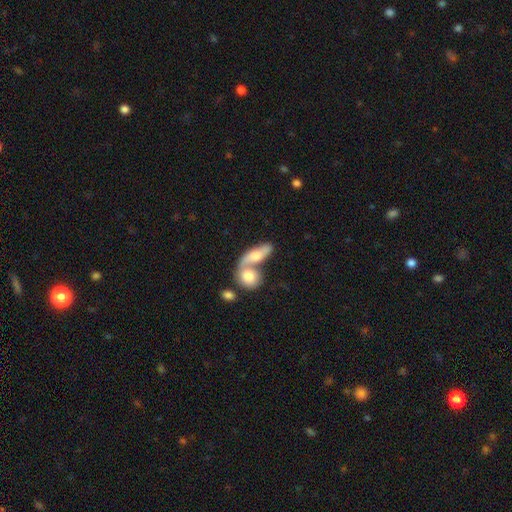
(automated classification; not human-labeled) Smooth or featured? Predicted: smooth (p=0.63). How rounded? Predicted: in between (p=0.66). Merging? Predicted: merger (p=0.63).